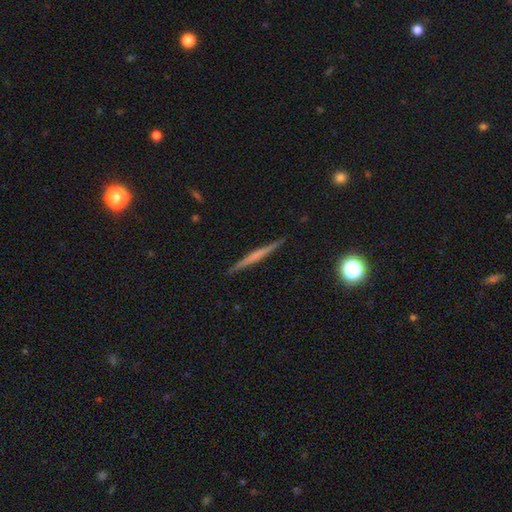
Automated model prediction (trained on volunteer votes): Smooth or featured?
  - featured or disk: 56% *
  - smooth: 36%
  - star or artifact: 7%
Edge-on disk?
  - yes: 97% *
  - no: 3%
Edge-on bulge?
  - none: 72% *
  - rounded: 18%
  - boxy: 10%
Merging?
  - none: 91% *
  - minor disturbance: 6%
  - major disturbance: 1%
  - merger: 1%